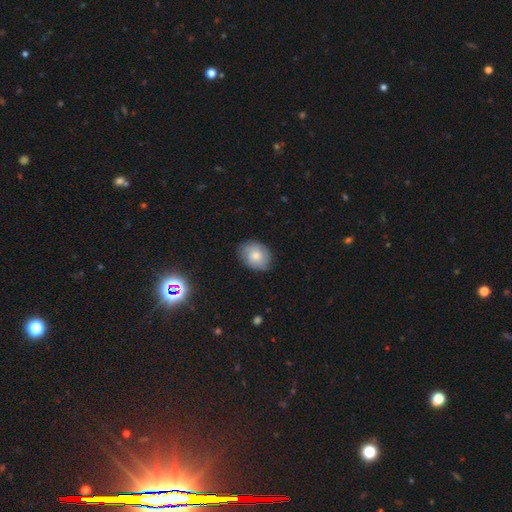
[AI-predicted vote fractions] Smooth or featured? smooth (57%)
How rounded? in between (58%)
Merging? none (80%)